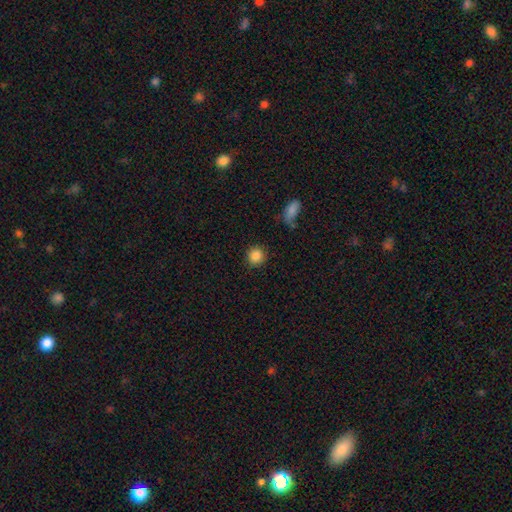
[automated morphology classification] A smooth galaxy with no disk features (87%) that is round (90%). Merging: none (88%).